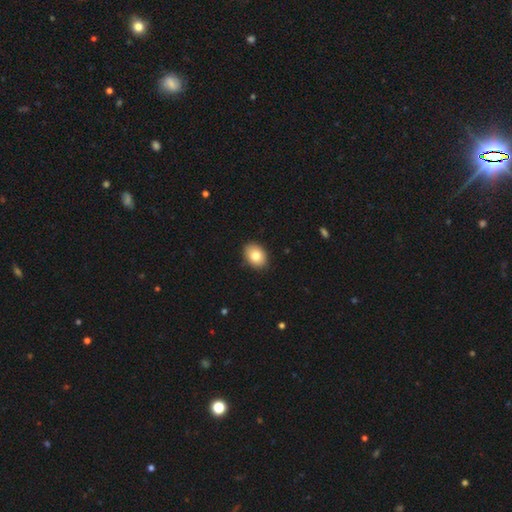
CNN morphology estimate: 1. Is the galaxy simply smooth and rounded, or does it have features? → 81% smooth, 11% featured or disk, 8% star or artifact.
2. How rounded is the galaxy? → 72% in between, 27% round, 1% cigar-shaped.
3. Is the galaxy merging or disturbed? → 90% none, 8% minor disturbance, 2% major disturbance, 1% merger.